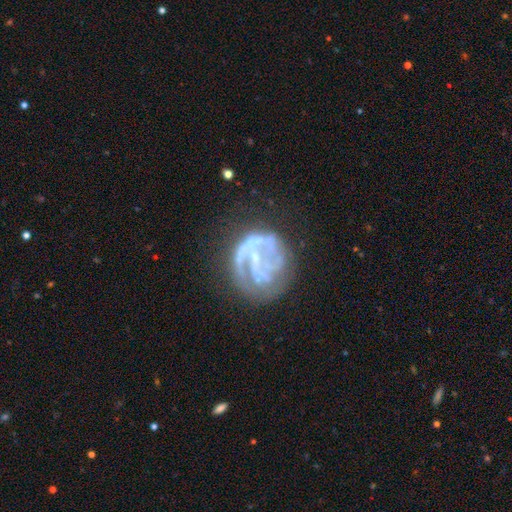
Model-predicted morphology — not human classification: featured or disk 77%, smooth 14%, star or artifact 9%. Down the decision tree: edge-on disk — no (98%); bar — no (44%); spiral arms — yes (67%); spiral arm count — can't tell (34%); spiral winding — tight (41%); bulge size — small (52%); merging — none (53%).